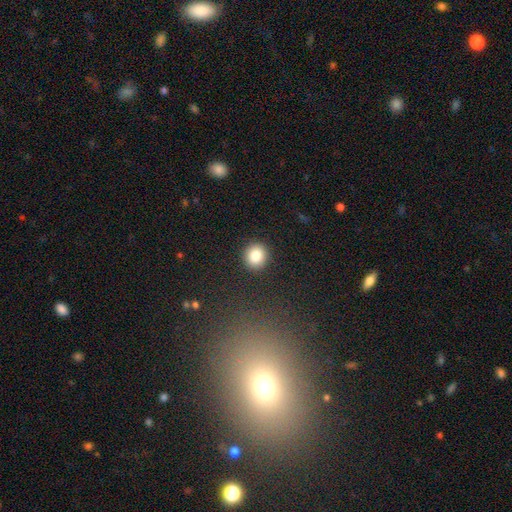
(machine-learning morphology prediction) Smooth or featured: smooth — 83% (star or artifact — 10%)
How rounded: round — 86% (in between — 13%)
Merging: none — 91% (minor disturbance — 6%)